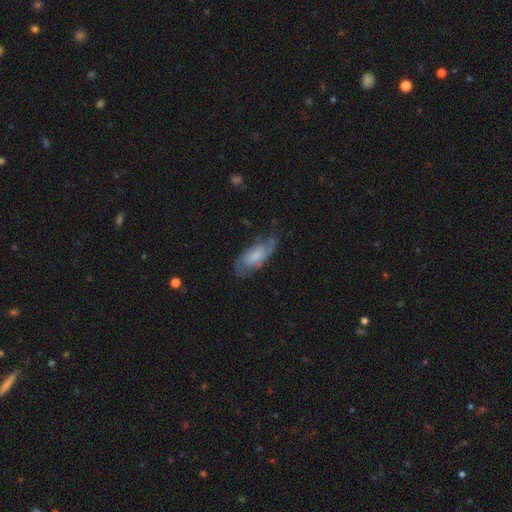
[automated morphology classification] type=featured or disk (50%); edge-on=no (89%); merging=none (63%).